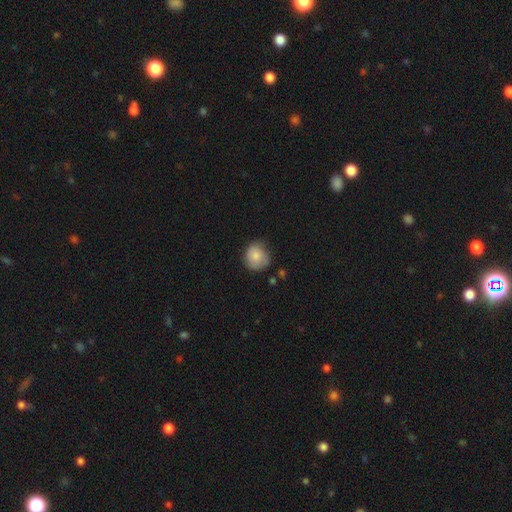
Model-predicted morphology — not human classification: A smooth galaxy with no disk features (81%) that is round (81%). Merging: none (61%).